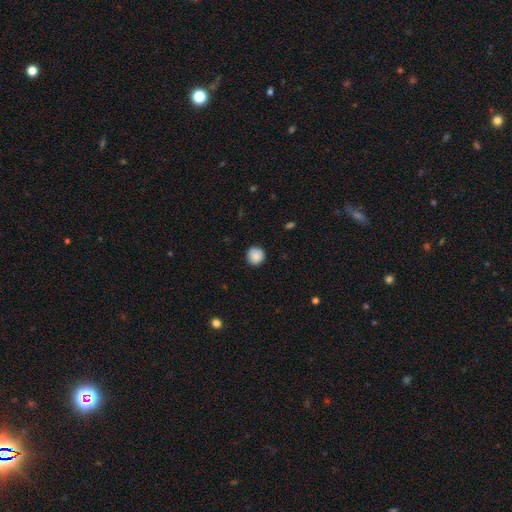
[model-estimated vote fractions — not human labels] A smooth galaxy with no disk features (88%) that is round (94%).

Vote fractions:
- Smooth or featured? smooth: 88% / star or artifact: 8% / featured or disk: 4%
- How rounded? round: 94% / in between: 5% / cigar-shaped: 1%
- Merging? none: 88% / minor disturbance: 9% / major disturbance: 2% / merger: 1%